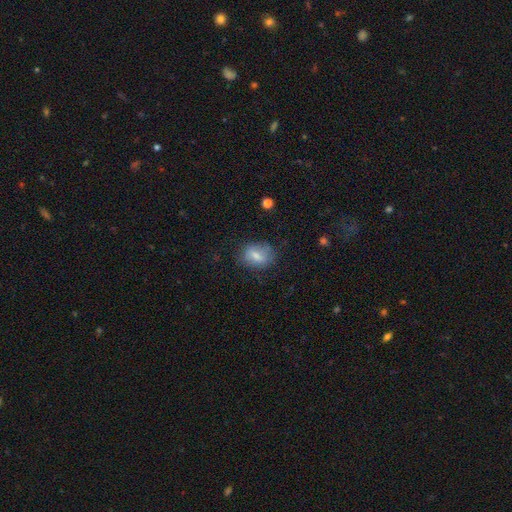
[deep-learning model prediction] smooth 65%, featured or disk 25%, star or artifact 10%. Down the decision tree: how rounded — in between (73%); merging — none (69%).